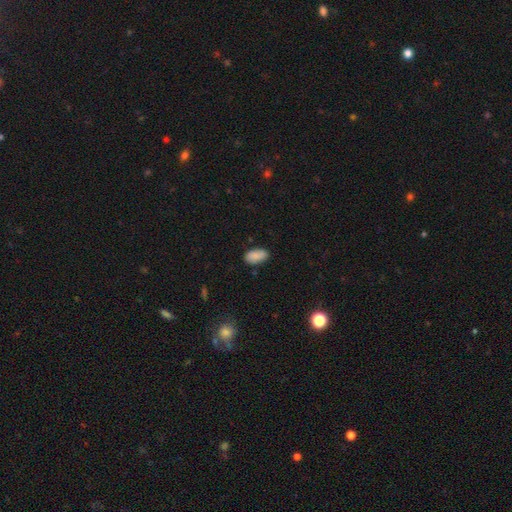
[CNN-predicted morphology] smooth 86%, star or artifact 7%, featured or disk 7%. Down the decision tree: how rounded — in between (94%); merging — none (78%).